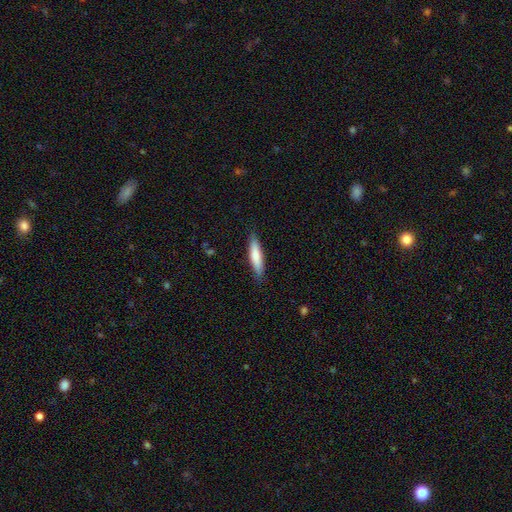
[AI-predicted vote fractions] This appears to be a smooth galaxy with no disk features (75%) that is cigar-shaped (79%). Merging: none (87%).